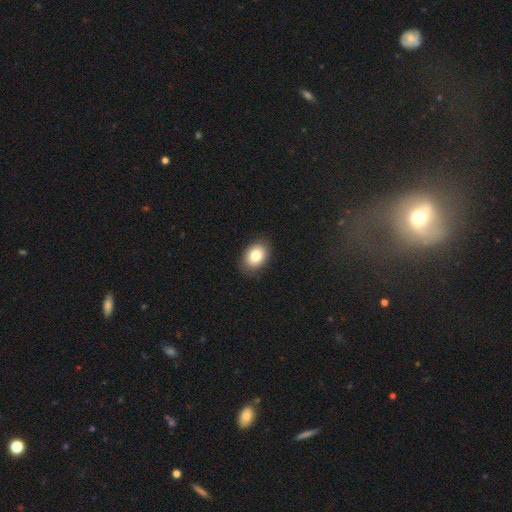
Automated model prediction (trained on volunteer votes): A smooth galaxy with no disk features (80%) that is in between round and cigar-shaped (73%).

Vote fractions:
- Smooth or featured? smooth: 80% / featured or disk: 11% / star or artifact: 9%
- How rounded? in between: 73% / round: 26% / cigar-shaped: 1%
- Merging? none: 87% / minor disturbance: 10% / major disturbance: 2% / merger: 1%